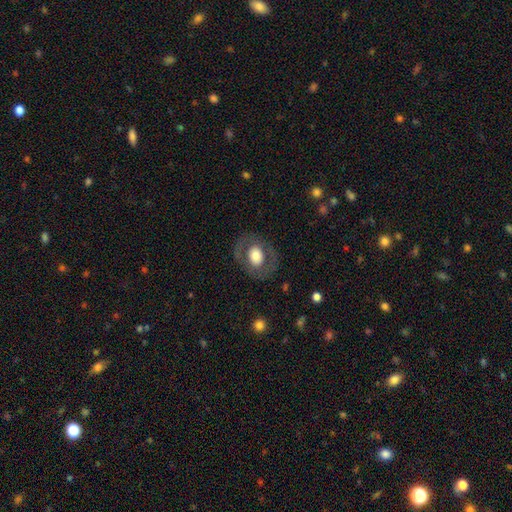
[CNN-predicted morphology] The model was most divided on "how rounded": in between: 55%, round: 44%, cigar-shaped: 1%. More confident: merging — none (79%); smooth or featured — smooth (59%).